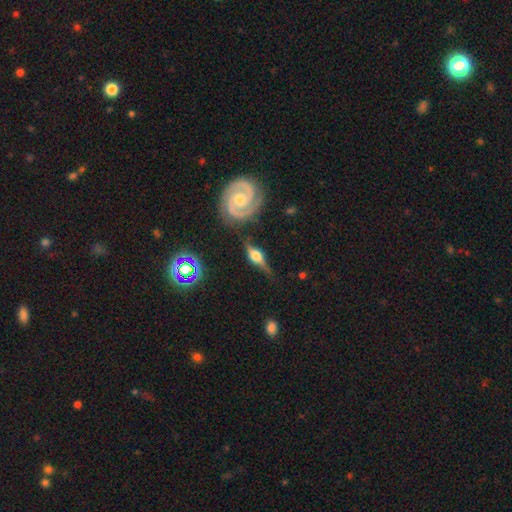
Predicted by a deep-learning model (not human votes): Smooth or featured? featured or disk (76%)
Edge-on disk? yes (76%)
Edge-on bulge? rounded (92%)
Merging? none (58%)